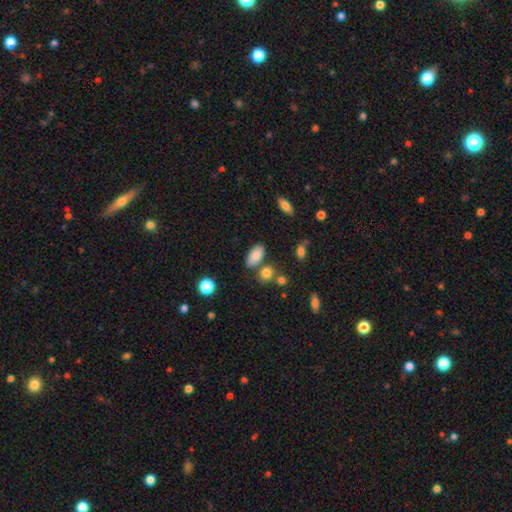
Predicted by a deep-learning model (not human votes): smooth-or-featured: smooth: 83% | star or artifact: 8% | featured or disk: 8%
  how-rounded: in between: 92% | round: 4% | cigar-shaped: 4%
  merging: none: 71% | minor disturbance: 14% | merger: 11% | major disturbance: 4%